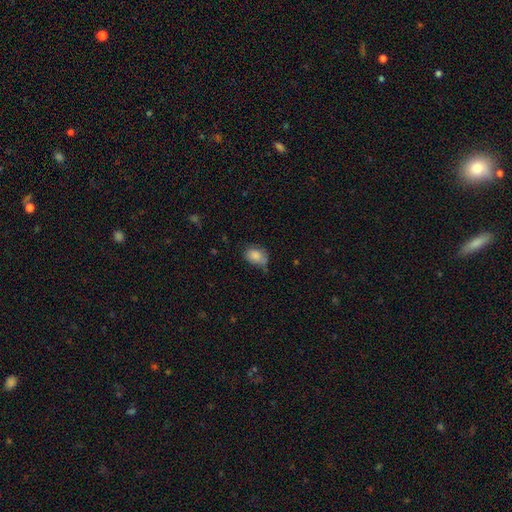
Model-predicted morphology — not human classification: A smooth galaxy with no disk features (82%) that is in between round and cigar-shaped (71%).

Vote fractions:
- Smooth or featured? smooth: 82% / featured or disk: 9% / star or artifact: 9%
- How rounded? in between: 71% / round: 28% / cigar-shaped: 1%
- Merging? none: 49% / minor disturbance: 35% / major disturbance: 10% / merger: 6%